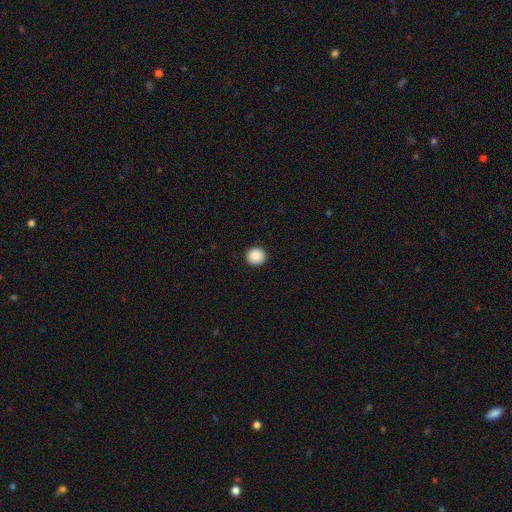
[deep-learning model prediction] Q: Smooth or featured?
A: smooth (88%); runner-up: star or artifact (9%)
Q: How rounded?
A: round (94%); runner-up: in between (5%)
Q: Merging?
A: none (93%); runner-up: minor disturbance (5%)